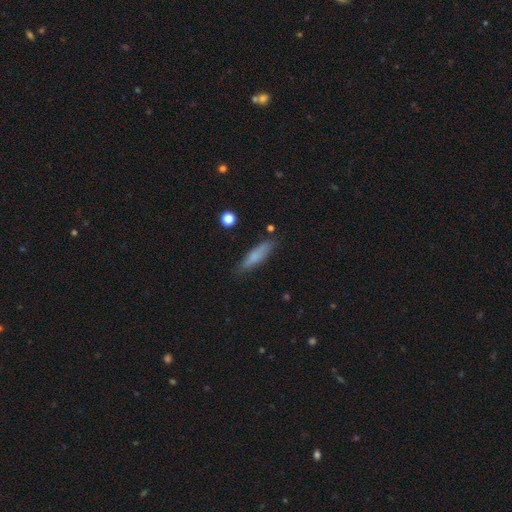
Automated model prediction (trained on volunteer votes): Morphology: type=smooth (70%); roundness=cigar-shaped (75%); merging=none (81%).